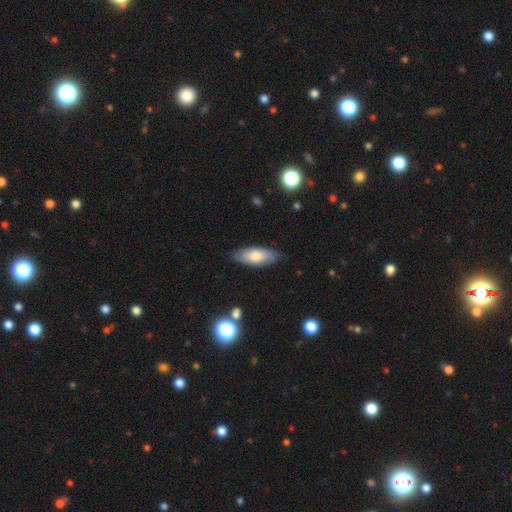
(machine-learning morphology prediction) Overall: smooth (75%). How rounded: in between (78%). Merging: none (84%).